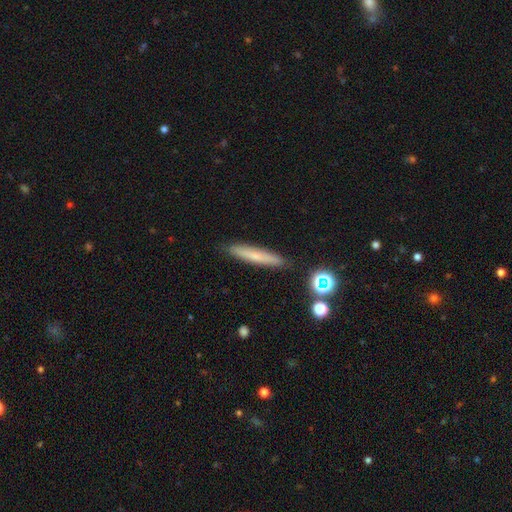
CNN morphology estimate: smooth_or_featured: smooth (p=0.66) [alt: featured or disk p=0.24]
how_rounded: cigar-shaped (p=0.92) [alt: in between p=0.06]
merging: none (p=0.89) [alt: minor disturbance p=0.08]